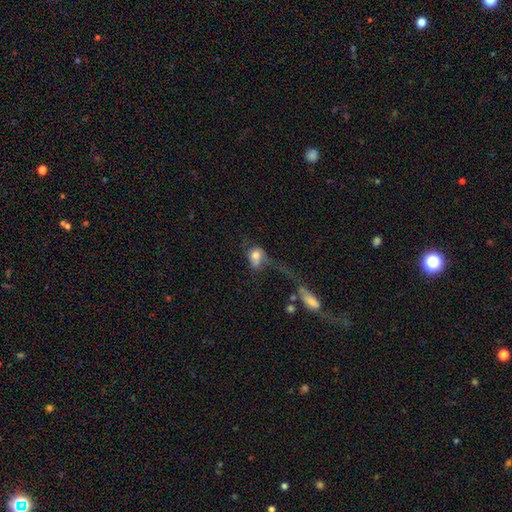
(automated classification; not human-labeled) Smooth or featured? smooth (61%)
How rounded? in between (58%)
Merging? major disturbance (43%)